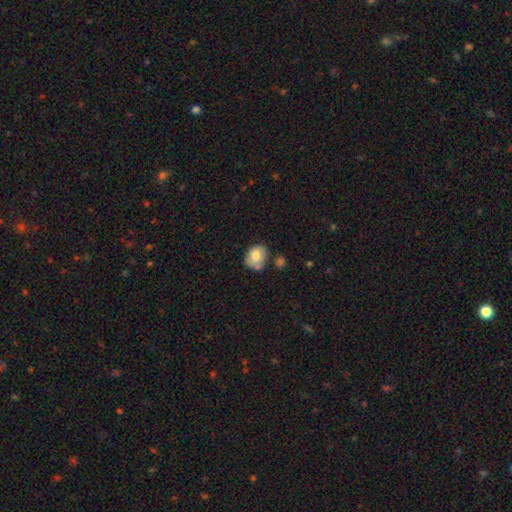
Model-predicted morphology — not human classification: smooth-or-featured: smooth: 72% | featured or disk: 21% | star or artifact: 8%
  how-rounded: in between: 56% | round: 43% | cigar-shaped: 1%
  merging: none: 53% | minor disturbance: 26% | merger: 14% | major disturbance: 7%